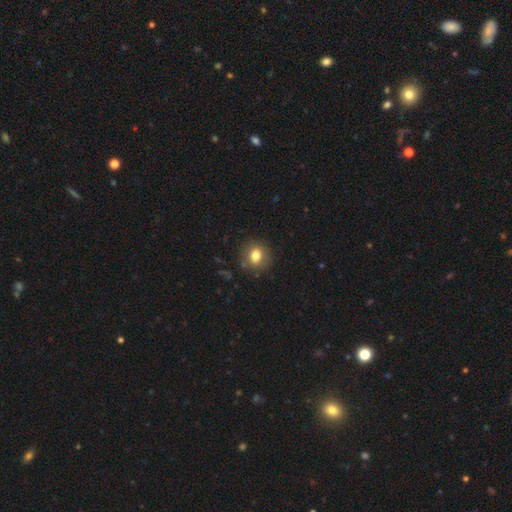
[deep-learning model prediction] Smooth or featured? Predicted: smooth (p=0.78). How rounded? Predicted: round (p=0.71). Merging? Predicted: none (p=0.85).